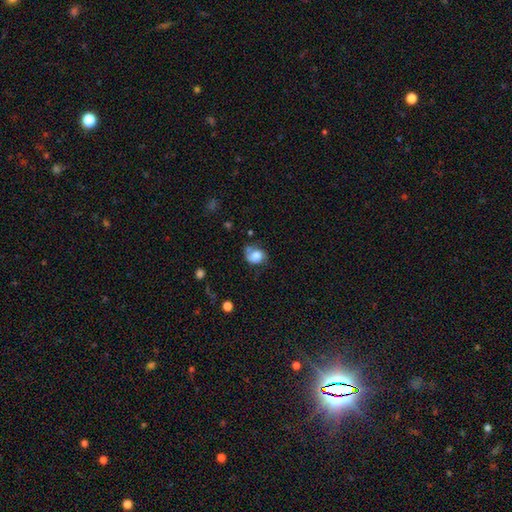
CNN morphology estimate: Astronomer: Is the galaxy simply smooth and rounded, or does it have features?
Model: smooth — 67%.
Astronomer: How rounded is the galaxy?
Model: round — 53% (runner-up: in between, 46%).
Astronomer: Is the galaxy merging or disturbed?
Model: none — 44% (runner-up: minor disturbance, 31%).